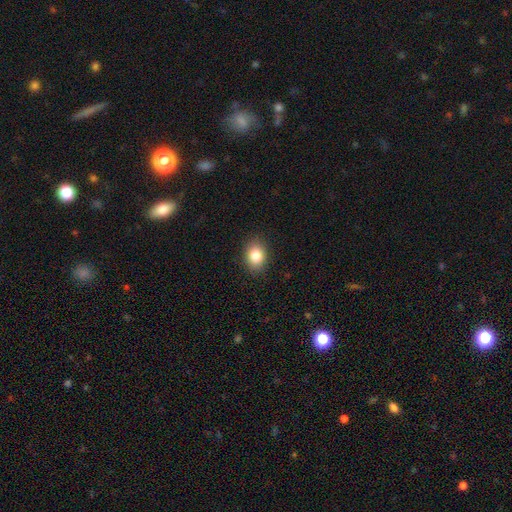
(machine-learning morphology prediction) smooth-or-featured: smooth: 84% | star or artifact: 9% | featured or disk: 7%
  how-rounded: in between: 65% | round: 34% | cigar-shaped: 1%
  merging: none: 88% | minor disturbance: 8% | major disturbance: 2% | merger: 1%